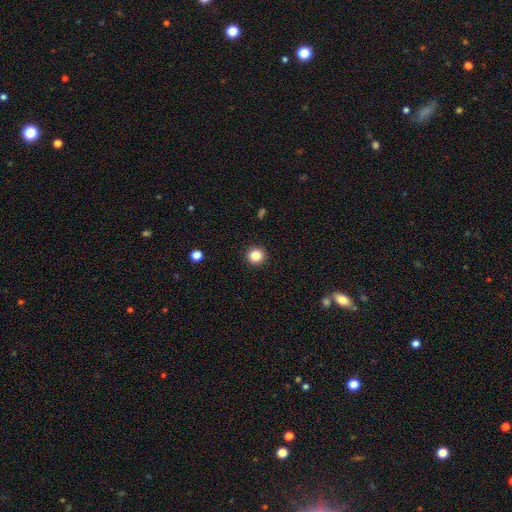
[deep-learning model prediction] Smooth or featured? smooth (84%)
How rounded? round (94%)
Merging? none (93%)